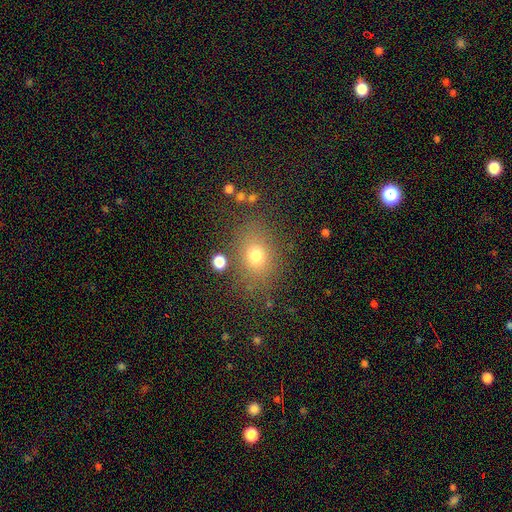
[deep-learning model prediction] This is likely a smooth galaxy (72%). How rounded: possibly in between (57%). Merging: likely none (79%).